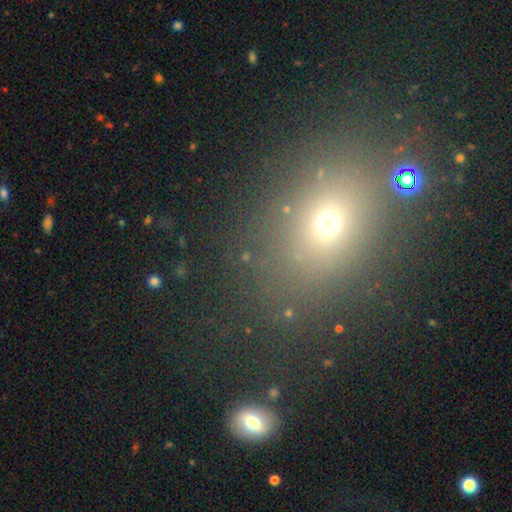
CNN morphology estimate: type=smooth (59%); roundness=in between (57%); merging=none (79%).